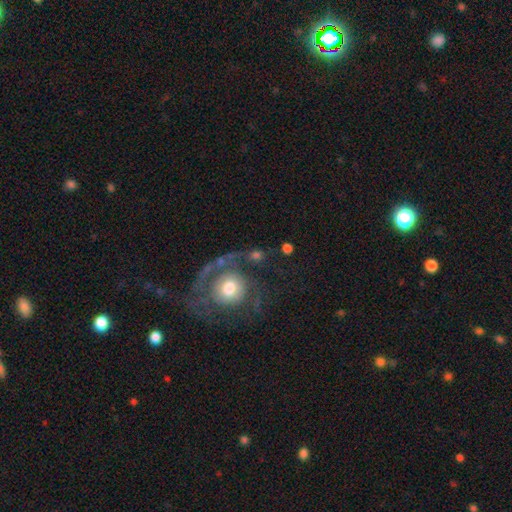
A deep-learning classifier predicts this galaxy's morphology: smooth_or_featured: featured or disk (p=0.62) [alt: smooth p=0.28]
disk_edge_on: no (p=0.97) [alt: yes p=0.03]
bar: no (p=0.79) [alt: weak p=0.16]
has_spiral_arms: yes (p=0.76) [alt: no p=0.24]
bulge_size: moderate (p=0.63) [alt: large p=0.18]
merging: none (p=0.44) [alt: major disturbance p=0.32]